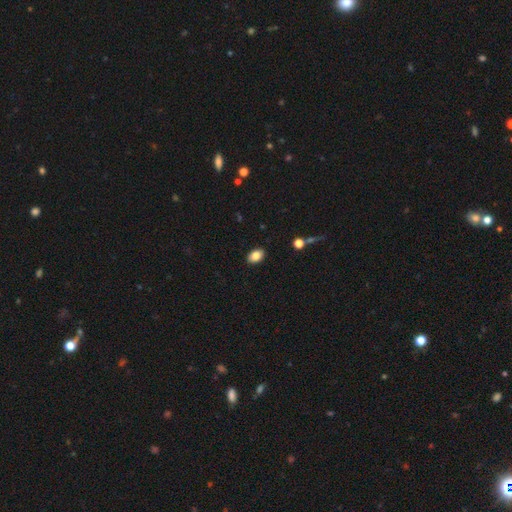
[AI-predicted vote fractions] Smooth or featured: smooth — 84% (star or artifact — 8%)
How rounded: in between — 87% (round — 12%)
Merging: none — 89% (minor disturbance — 8%)